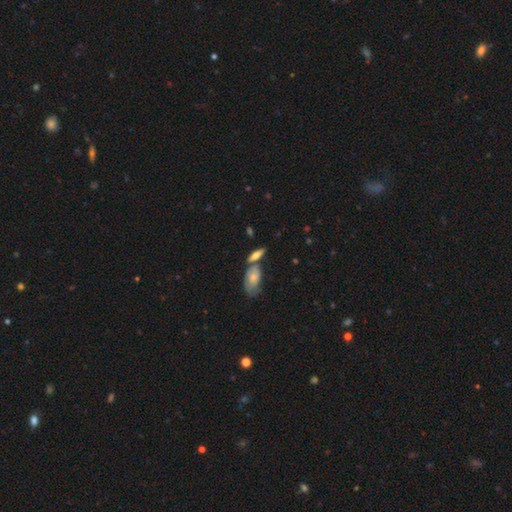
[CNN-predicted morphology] A smooth galaxy with no disk features (55%) that is in between round and cigar-shaped (64%).

Vote fractions:
- Smooth or featured? smooth: 55% / featured or disk: 37% / star or artifact: 8%
- How rounded? in between: 64% / cigar-shaped: 31% / round: 5%
- Merging? none: 52% / merger: 30% / minor disturbance: 14% / major disturbance: 5%